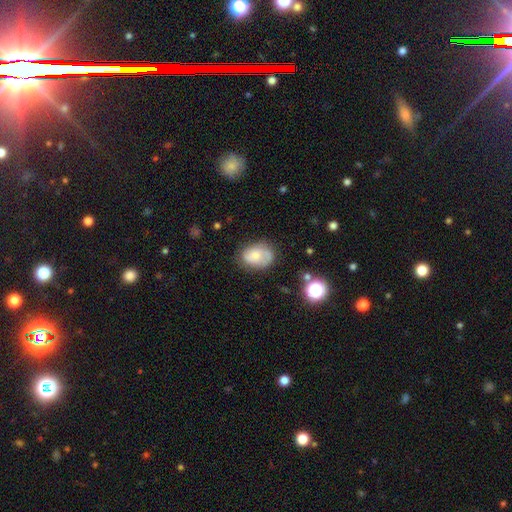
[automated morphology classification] A smooth galaxy with no disk features (56%) that is in between round and cigar-shaped (72%).

Vote fractions:
- Smooth or featured? smooth: 56% / featured or disk: 34% / star or artifact: 9%
- How rounded? in between: 72% / round: 27% / cigar-shaped: 1%
- Merging? none: 62% / minor disturbance: 26% / major disturbance: 10% / merger: 3%